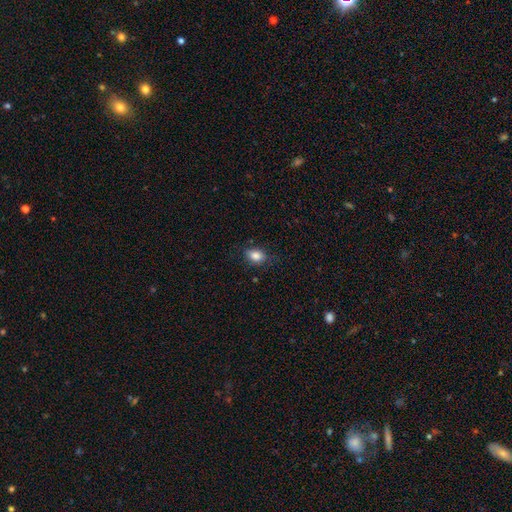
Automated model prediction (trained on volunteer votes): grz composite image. It shows a smooth galaxy with no disk features (85%) that is in between round and cigar-shaped (75%). Merging: none (75%).